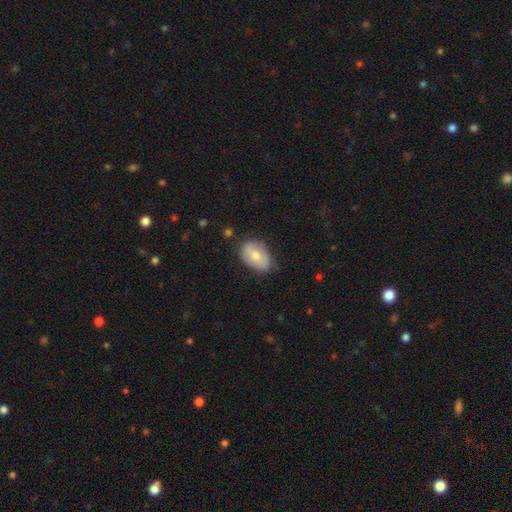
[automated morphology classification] smooth 69%, featured or disk 24%, star or artifact 6%. Down the decision tree: how rounded — in between (84%); merging — none (70%).